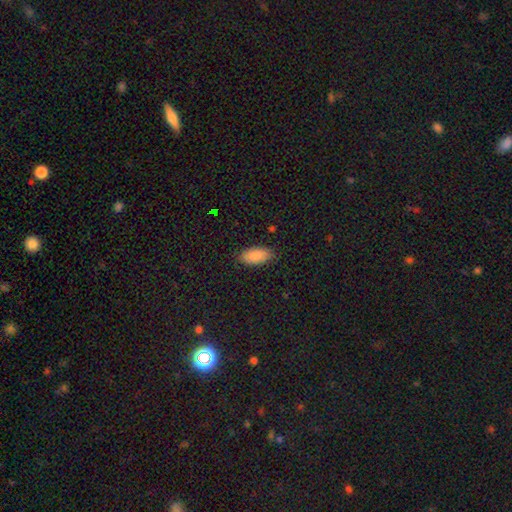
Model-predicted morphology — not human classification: type=smooth (88%); roundness=in between (92%); merging=none (86%).